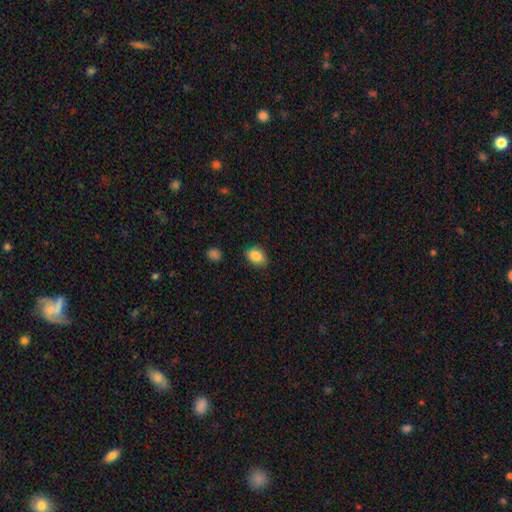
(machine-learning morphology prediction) This appears to be a smooth galaxy with no disk features (84%) that is in between round and cigar-shaped (69%). Merging: none (78%).